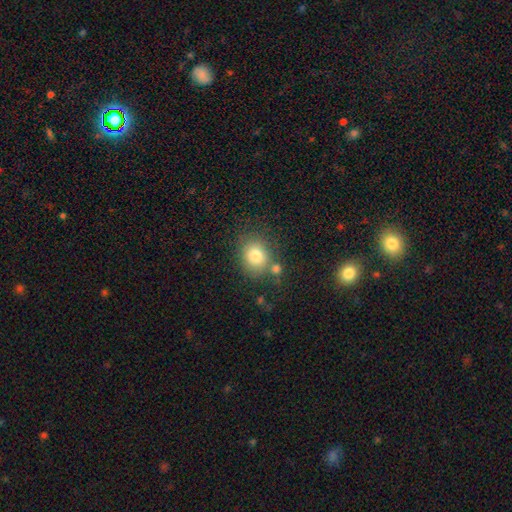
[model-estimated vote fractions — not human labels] Smooth or featured? Predicted: smooth (p=0.81). How rounded? Predicted: round (p=0.66). Merging? Predicted: none (p=0.66).